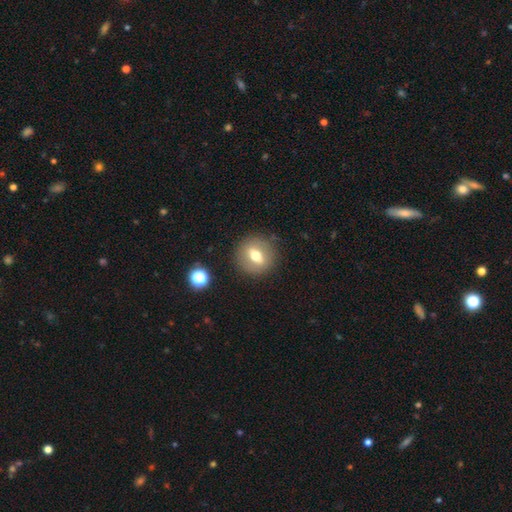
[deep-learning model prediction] Smooth or featured? smooth (52%)
How rounded? round (74%)
Merging? none (86%)